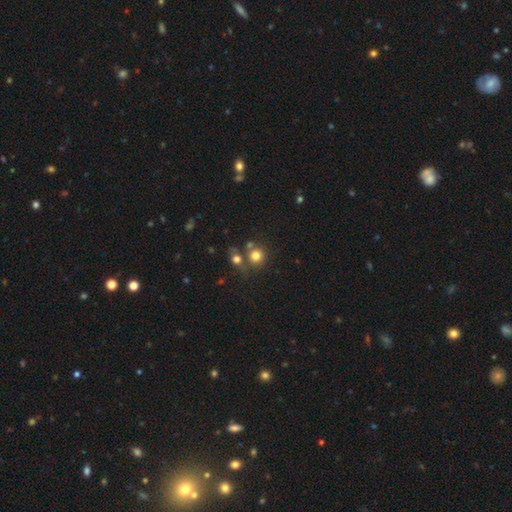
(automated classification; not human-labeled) A smooth galaxy with no disk features (77%) that is round (89%). Merging: none (61%).